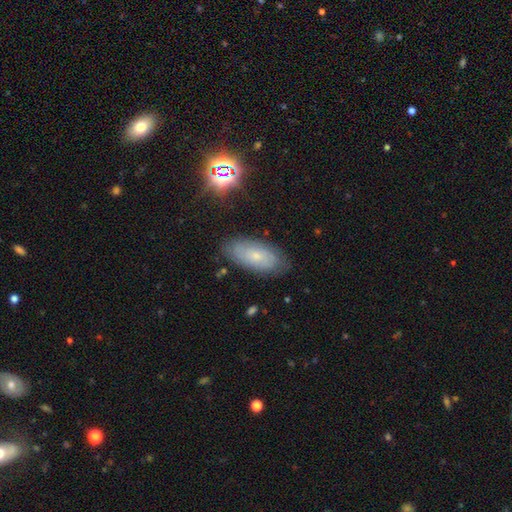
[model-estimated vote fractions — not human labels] Smooth or featured: smooth — 51% (featured or disk — 35%)
How rounded: in between — 88% (cigar-shaped — 8%)
Merging: none — 81% (minor disturbance — 14%)